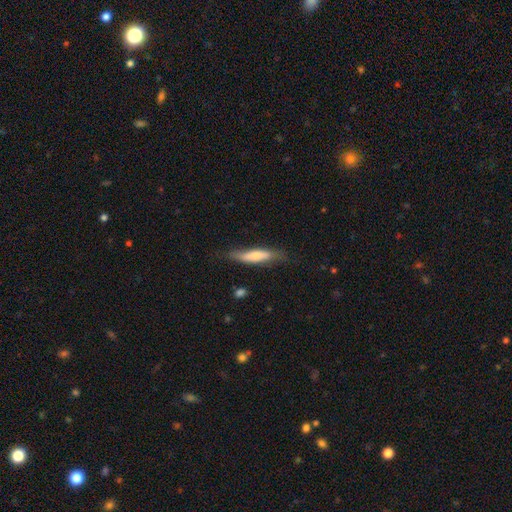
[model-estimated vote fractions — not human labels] Smooth or featured? smooth (62%)
How rounded? cigar-shaped (76%)
Merging? none (70%)